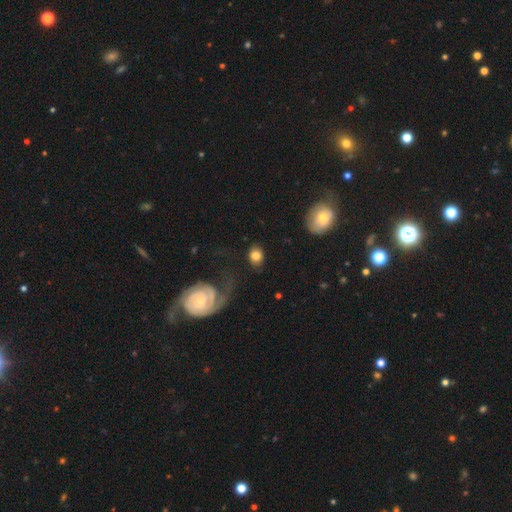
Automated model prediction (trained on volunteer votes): smooth_or_featured: smooth (p=0.75) [alt: featured or disk p=0.17]
how_rounded: in between (p=0.54) [alt: round p=0.45]
merging: none (p=0.74) [alt: minor disturbance p=0.14]